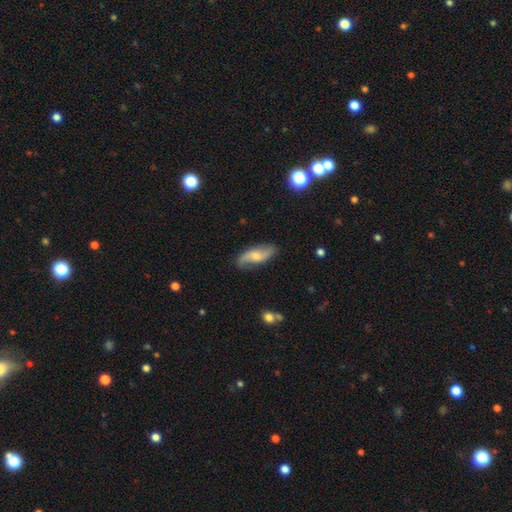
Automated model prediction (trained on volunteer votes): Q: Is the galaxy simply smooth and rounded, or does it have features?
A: featured or disk — 59%.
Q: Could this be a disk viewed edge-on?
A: no — 89%.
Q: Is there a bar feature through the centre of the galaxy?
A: no — 52%.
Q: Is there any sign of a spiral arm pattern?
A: yes — 91%.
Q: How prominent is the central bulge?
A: moderate — 47%.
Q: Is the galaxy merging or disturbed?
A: none — 76%.